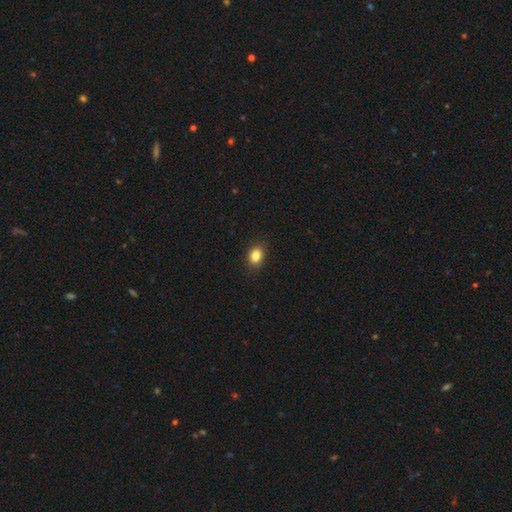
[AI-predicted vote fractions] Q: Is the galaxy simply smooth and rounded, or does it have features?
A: smooth — 84%.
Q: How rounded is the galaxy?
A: in between — 58%.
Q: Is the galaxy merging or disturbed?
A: none — 87%.